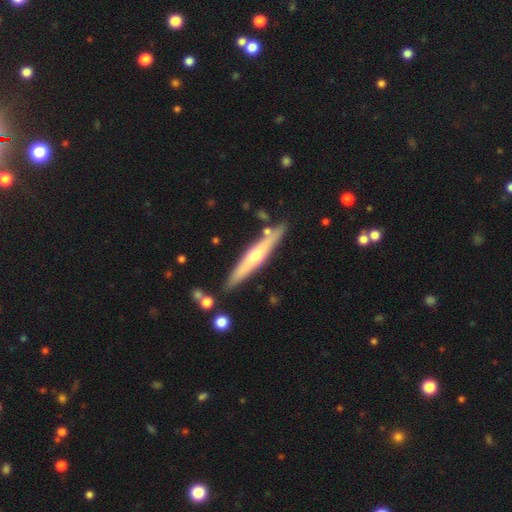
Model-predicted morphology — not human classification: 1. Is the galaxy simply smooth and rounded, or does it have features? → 61% featured or disk, 34% smooth, 6% star or artifact.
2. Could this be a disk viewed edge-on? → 93% yes, 7% no.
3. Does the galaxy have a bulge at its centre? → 83% rounded, 15% none, 3% boxy.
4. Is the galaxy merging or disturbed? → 85% none, 10% minor disturbance, 4% merger, 2% major disturbance.